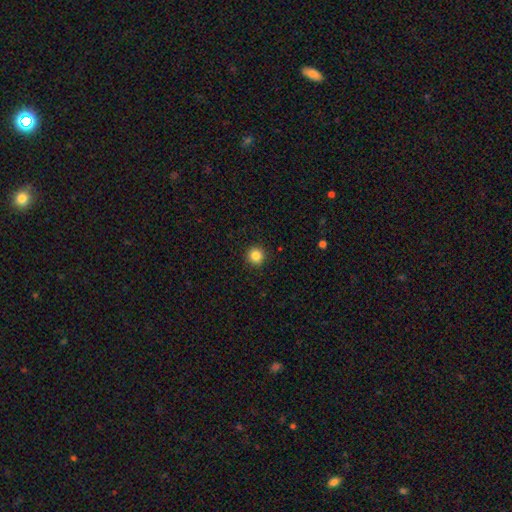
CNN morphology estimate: Q: Smooth or featured?
A: smooth (84%); runner-up: star or artifact (11%)
Q: How rounded?
A: round (95%); runner-up: in between (4%)
Q: Merging?
A: none (93%); runner-up: minor disturbance (5%)